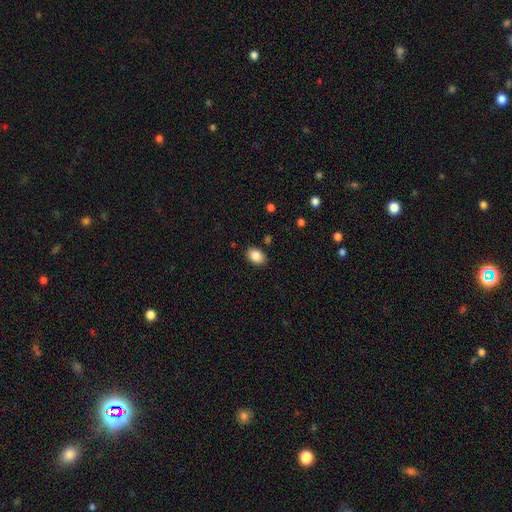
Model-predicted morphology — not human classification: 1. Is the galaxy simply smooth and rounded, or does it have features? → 86% smooth, 8% star or artifact, 6% featured or disk.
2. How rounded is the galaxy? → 78% in between, 21% round, 1% cigar-shaped.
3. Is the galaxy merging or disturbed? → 87% none, 9% minor disturbance, 2% major disturbance, 2% merger.